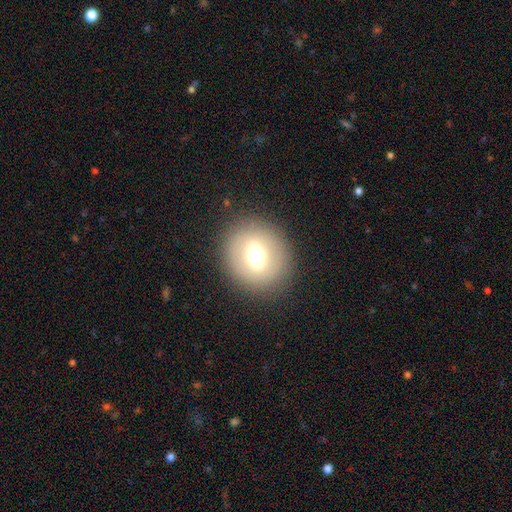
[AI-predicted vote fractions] A smooth galaxy with no disk features (56%) that is round (74%). Merging: none (86%).